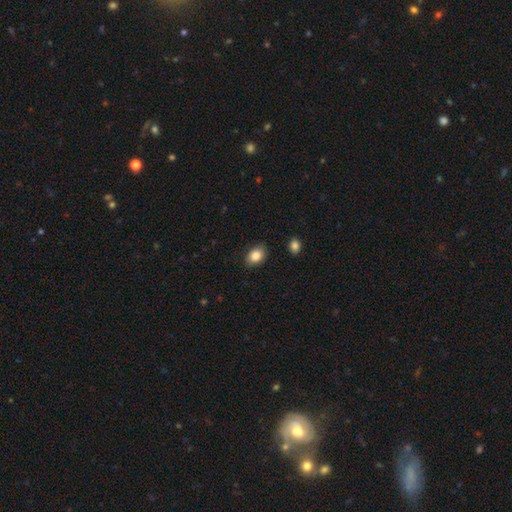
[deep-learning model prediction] Overall: smooth (84%). How rounded: in between (76%). Merging: none (86%).